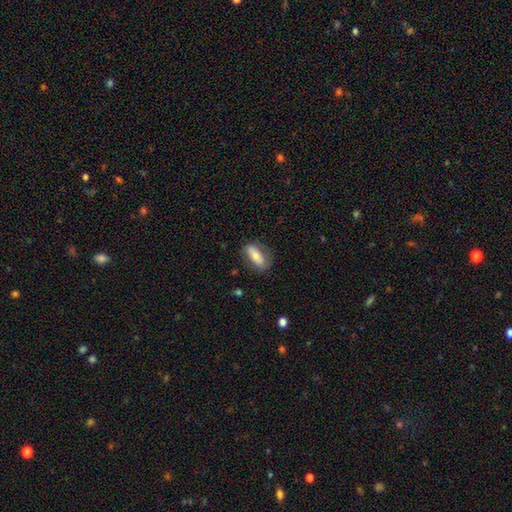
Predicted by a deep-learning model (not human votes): The model was most divided on "smooth or featured": smooth: 70%, featured or disk: 23%, star or artifact: 6%. More confident: merging — none (77%); how rounded — in between (76%).